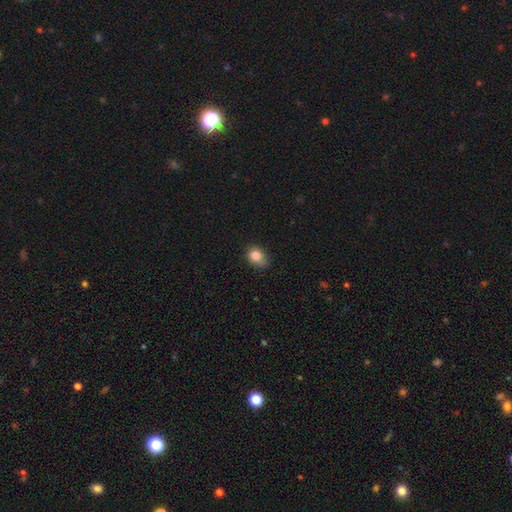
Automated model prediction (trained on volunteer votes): smooth 83%, star or artifact 10%, featured or disk 7%. Down the decision tree: how rounded — in between (52%); merging — none (61%).